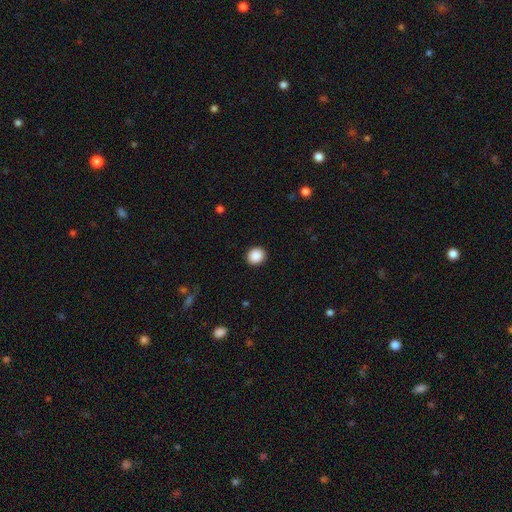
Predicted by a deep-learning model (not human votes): This appears to be a smooth galaxy with no disk features (89%) that is round (81%). Merging: none (91%).